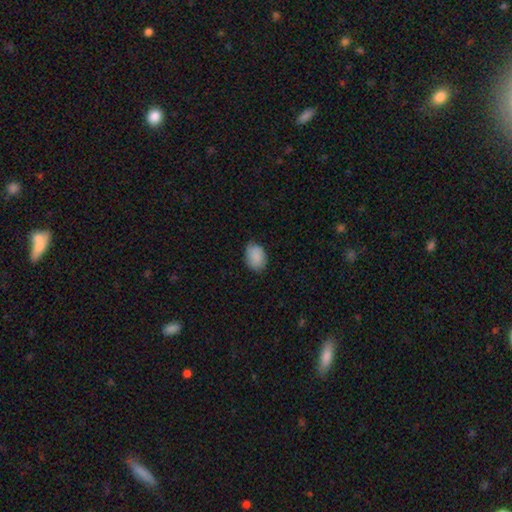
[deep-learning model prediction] This is clearly a smooth galaxy (88%). How rounded: likely in between (75%). Merging: likely none (74%).